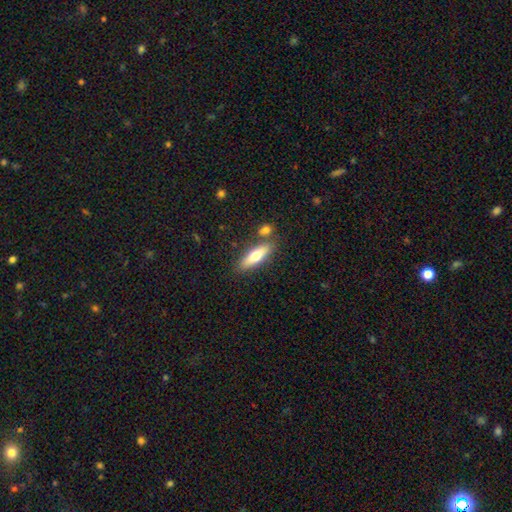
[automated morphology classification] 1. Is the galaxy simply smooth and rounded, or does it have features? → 63% smooth, 31% featured or disk, 6% star or artifact.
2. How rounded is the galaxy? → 56% cigar-shaped, 41% in between, 2% round.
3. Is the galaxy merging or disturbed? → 75% none, 12% merger, 11% minor disturbance, 3% major disturbance.